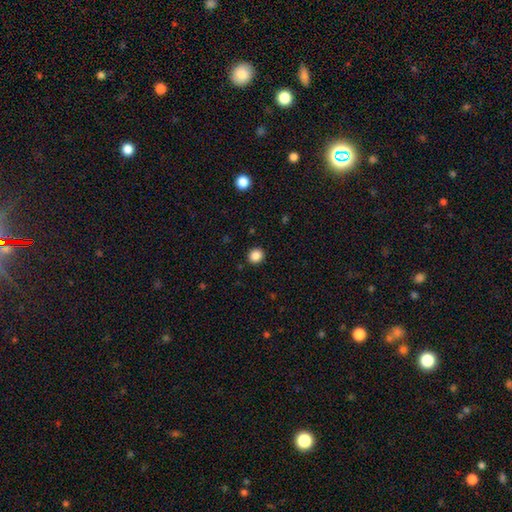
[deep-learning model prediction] A smooth galaxy with no disk features (86%) that is round (86%).

Vote fractions:
- Smooth or featured? smooth: 86% / star or artifact: 11% / featured or disk: 3%
- How rounded? round: 86% / in between: 13% / cigar-shaped: 1%
- Merging? none: 91% / minor disturbance: 6% / major disturbance: 2% / merger: 1%